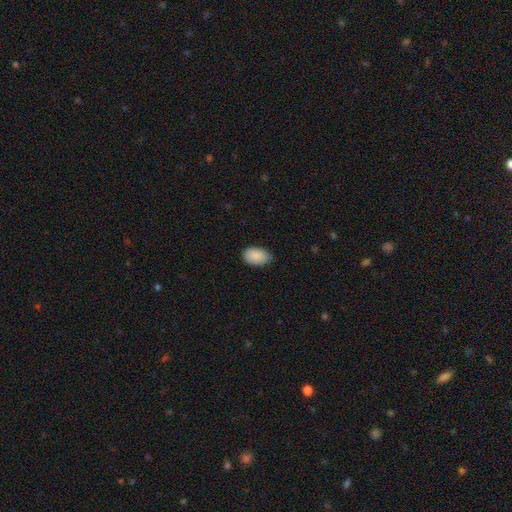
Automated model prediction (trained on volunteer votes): Overall: smooth (90%). How rounded: in between (91%). Merging: none (73%).